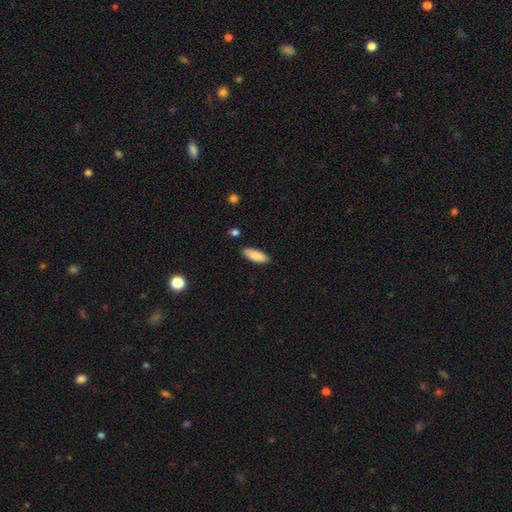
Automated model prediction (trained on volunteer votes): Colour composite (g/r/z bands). It shows a smooth galaxy with no disk features (85%) that is in between round and cigar-shaped (69%). Merging: none (84%).